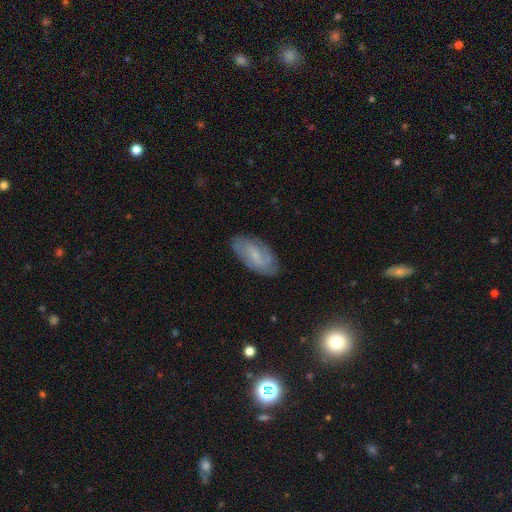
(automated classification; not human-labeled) smooth-or-featured: featured or disk: 50% | smooth: 42% | star or artifact: 8%
  disk-edge-on: no: 91% | yes: 9%
  merging: none: 79% | minor disturbance: 16% | major disturbance: 4% | merger: 1%